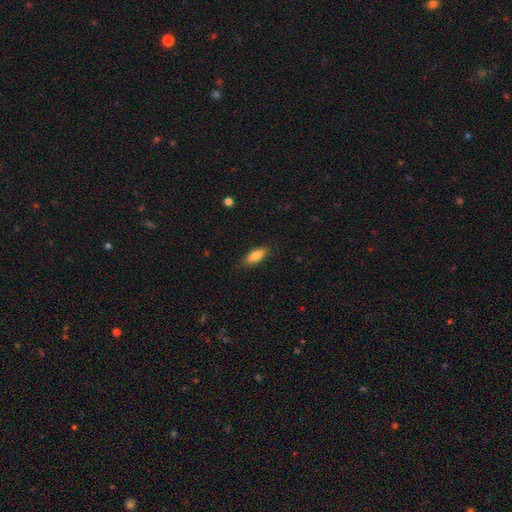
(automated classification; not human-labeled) This is likely a smooth galaxy (80%). How rounded: likely in between (75%). Merging: clearly none (85%).